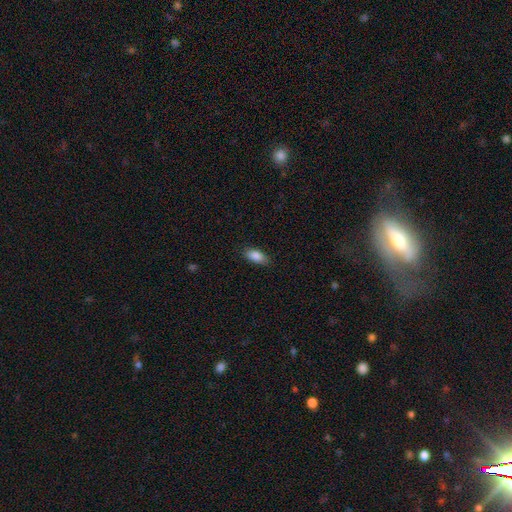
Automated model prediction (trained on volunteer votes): smooth-or-featured: smooth: 88% | star or artifact: 7% | featured or disk: 5%
  how-rounded: in between: 88% | cigar-shaped: 9% | round: 3%
  merging: none: 85% | minor disturbance: 11% | major disturbance: 2% | merger: 1%